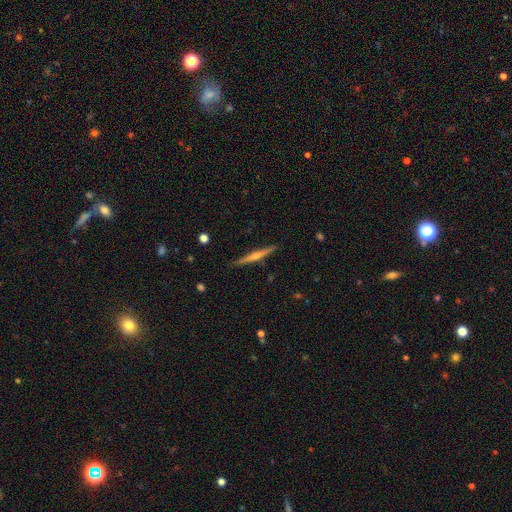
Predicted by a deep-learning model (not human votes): A featured or disk galaxy (73%) viewed edge-on (98%) with a rounded central bulge (82%). Merging: none (90%).